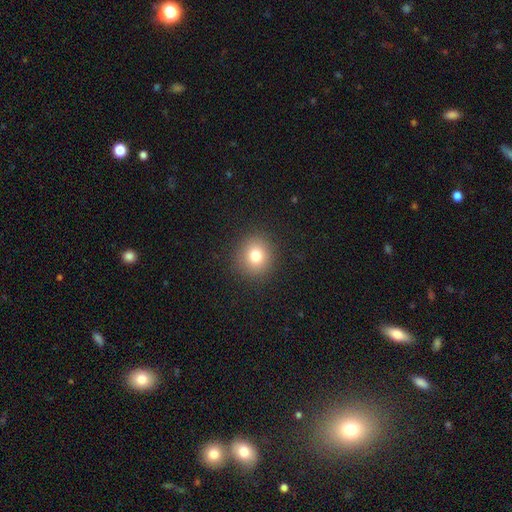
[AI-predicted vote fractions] Smooth or featured? smooth (79%)
How rounded? round (88%)
Merging? none (90%)